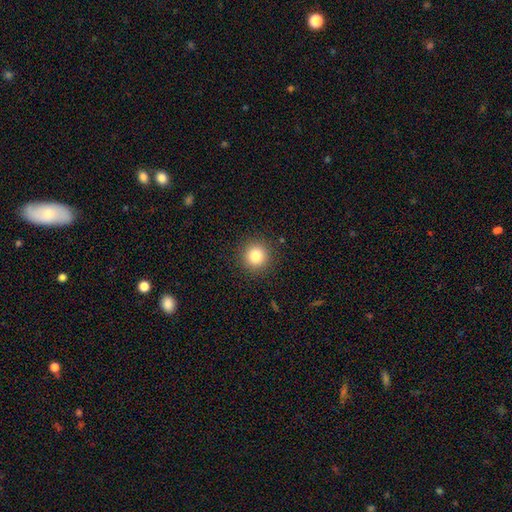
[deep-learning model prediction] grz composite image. It shows a smooth galaxy with no disk features (83%) that is round (95%). Merging: none (91%).